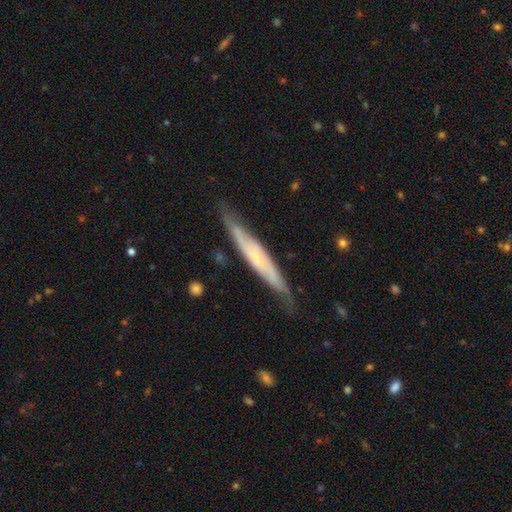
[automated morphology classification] type=featured or disk (68%); edge-on=yes (71%); merging=none (74%).